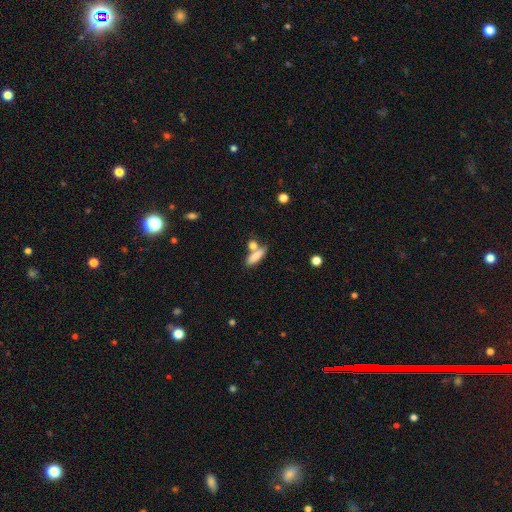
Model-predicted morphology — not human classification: This appears to be a smooth galaxy with no disk features (80%) that is in between round and cigar-shaped (53%). Merging: none (51%).